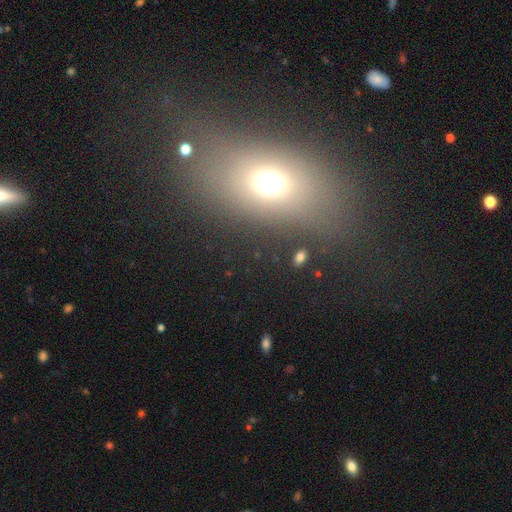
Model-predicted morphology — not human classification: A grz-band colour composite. It shows a smooth galaxy with no disk features (61%) that is in between round and cigar-shaped (70%). Merging: none (72%).